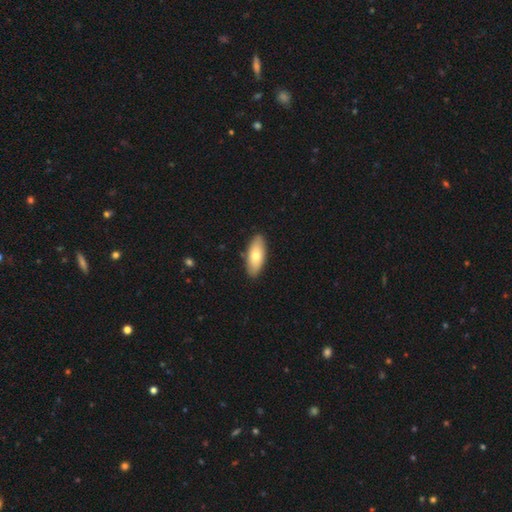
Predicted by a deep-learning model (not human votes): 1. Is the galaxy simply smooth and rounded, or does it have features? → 70% smooth, 24% featured or disk, 5% star or artifact.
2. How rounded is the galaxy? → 84% in between, 14% cigar-shaped, 2% round.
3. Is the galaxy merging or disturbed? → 88% none, 9% minor disturbance, 2% major disturbance, 1% merger.